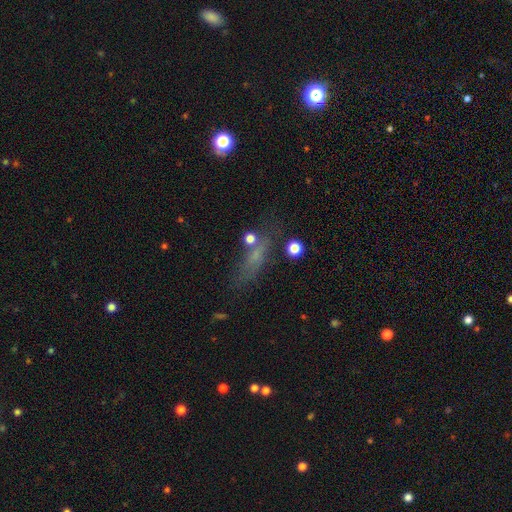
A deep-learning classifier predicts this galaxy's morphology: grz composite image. It shows a smooth galaxy with no disk features (54%) that is cigar-shaped (51%). Merging: none (57%).